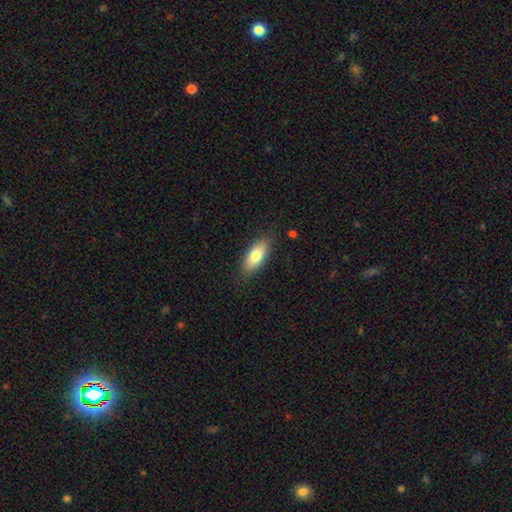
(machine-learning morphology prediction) This appears to be a smooth galaxy with no disk features (78%) that is in between round and cigar-shaped (83%). Merging: none (83%).